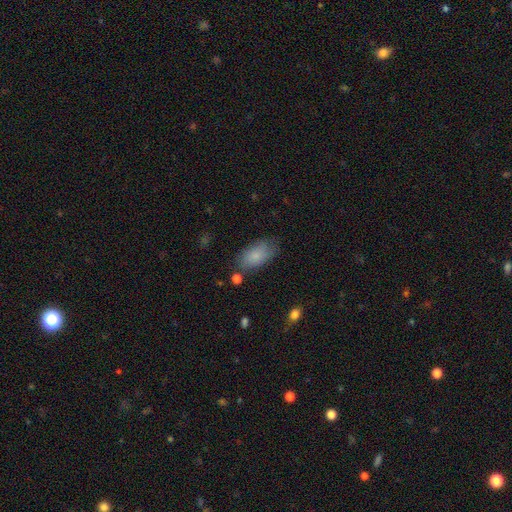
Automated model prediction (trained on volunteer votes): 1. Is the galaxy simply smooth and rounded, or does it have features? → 84% smooth, 9% featured or disk, 7% star or artifact.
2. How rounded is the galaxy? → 92% in between, 4% cigar-shaped, 4% round.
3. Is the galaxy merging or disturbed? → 72% none, 19% minor disturbance, 5% major disturbance, 4% merger.